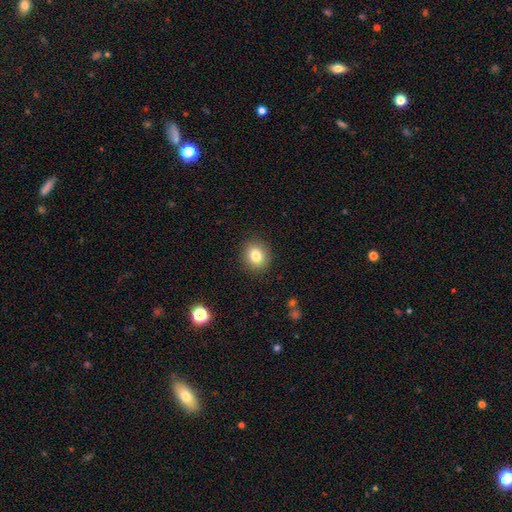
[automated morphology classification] Smooth or featured? Predicted: smooth (p=0.81). How rounded? Predicted: round (p=0.75). Merging? Predicted: none (p=0.89).